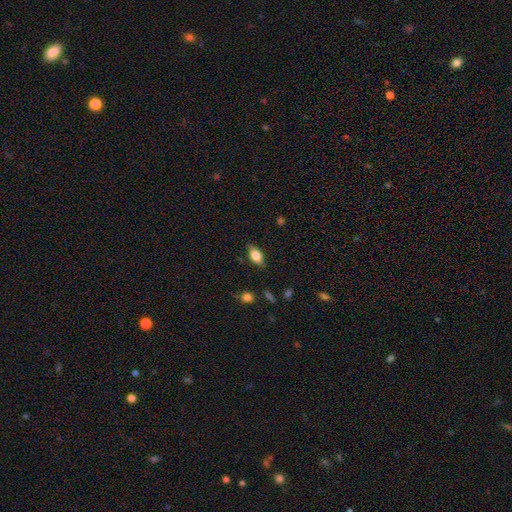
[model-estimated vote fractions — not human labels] Overall: smooth (75%). How rounded: in between (85%). Merging: none (80%).